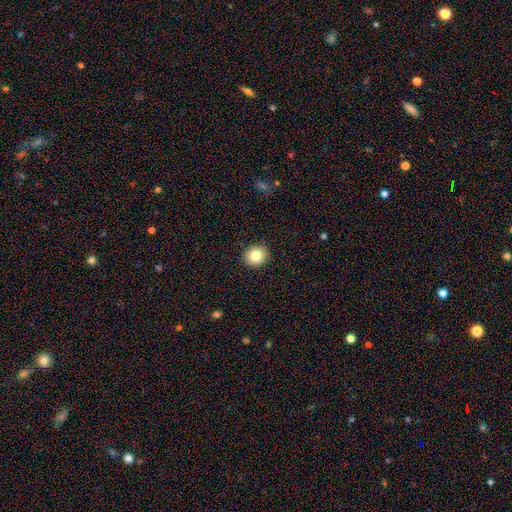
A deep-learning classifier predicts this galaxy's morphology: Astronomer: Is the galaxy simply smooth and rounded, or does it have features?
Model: smooth — 81%.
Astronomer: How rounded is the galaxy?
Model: round — 83%.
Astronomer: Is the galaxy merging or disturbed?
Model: none — 91%.